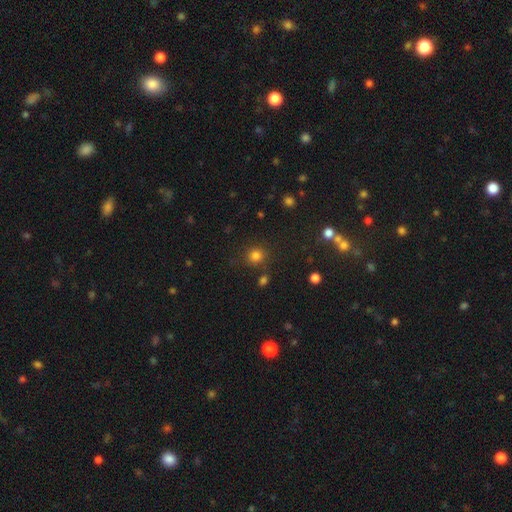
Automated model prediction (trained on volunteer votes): smooth_or_featured: smooth (p=0.79) [alt: star or artifact p=0.15]
how_rounded: round (p=0.89) [alt: in between p=0.10]
merging: none (p=0.82) [alt: minor disturbance p=0.09]